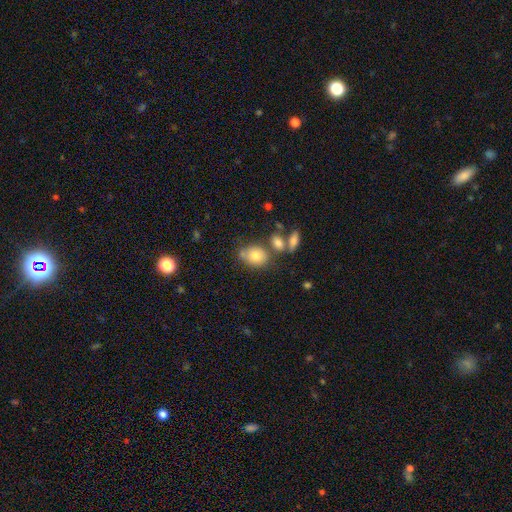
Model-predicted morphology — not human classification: smooth 78%, featured or disk 13%, star or artifact 9%. Down the decision tree: how rounded — in between (68%); merging — none (54%).